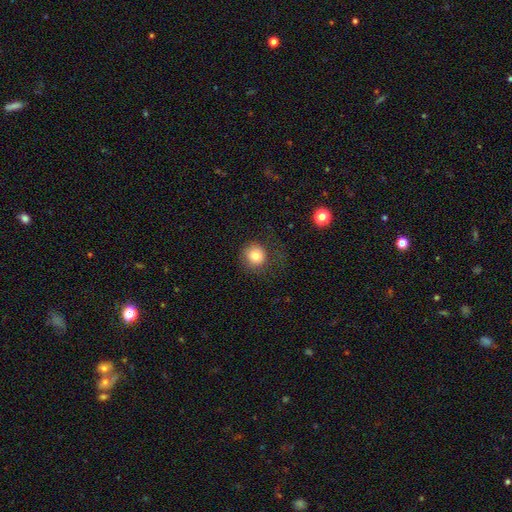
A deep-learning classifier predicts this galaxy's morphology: smooth-or-featured: smooth: 81% | star or artifact: 11% | featured or disk: 9%
  how-rounded: round: 90% | in between: 9% | cigar-shaped: 1%
  merging: none: 72% | minor disturbance: 15% | major disturbance: 12% | merger: 1%